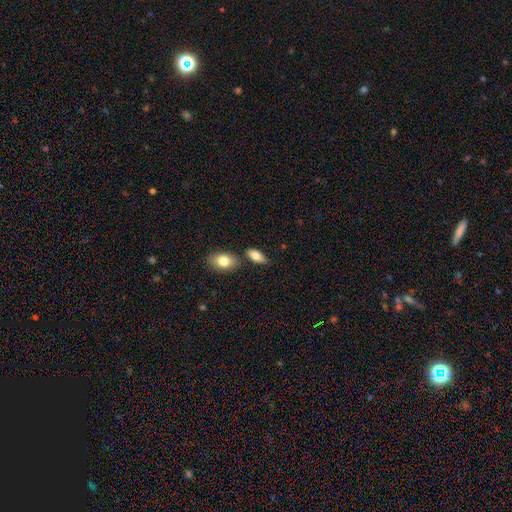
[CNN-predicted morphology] The model was most divided on "merging": none: 69%, merger: 15%, minor disturbance: 13%, major disturbance: 3%. More confident: how rounded — in between (89%); smooth or featured — smooth (79%).